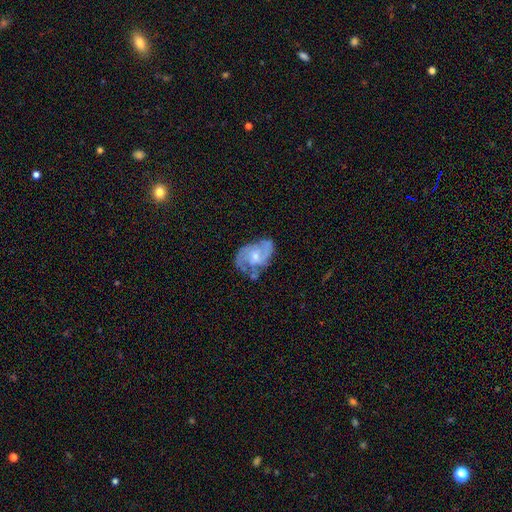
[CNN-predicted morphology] smooth-or-featured: featured or disk: 80% | smooth: 14% | star or artifact: 6%
  disk-edge-on: no: 97% | yes: 3%
    bar: no: 53% | weak: 40% | strong: 6%
    has-spiral-arms: yes: 92% | no: 8%
      spiral-winding: medium: 50% | tight: 31% | loose: 19%
      spiral-arm-count: 2: 61% | 3: 15% | can't tell: 15% | 1: 3% | 4: 3% | more than 4: 2%
    bulge-size: small: 51% | moderate: 40% | none: 5% | large: 2% | dominant: 1%
  merging: none: 55% | minor disturbance: 27% | major disturbance: 13% | merger: 5%